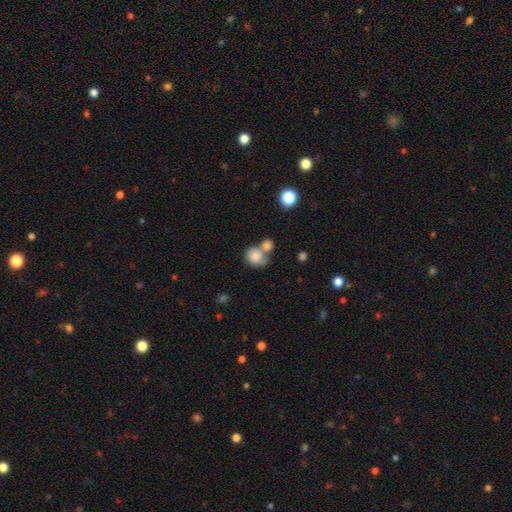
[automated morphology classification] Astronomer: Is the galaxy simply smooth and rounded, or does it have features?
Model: smooth — 81%.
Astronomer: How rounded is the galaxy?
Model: round — 76%.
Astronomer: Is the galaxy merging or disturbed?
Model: merger — 55%.